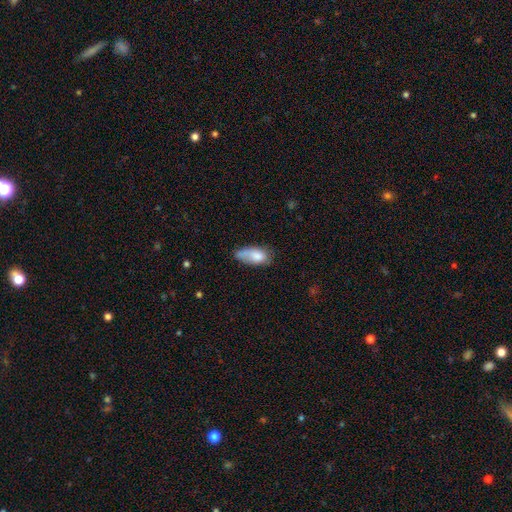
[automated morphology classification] smooth-or-featured: smooth: 76% | featured or disk: 16% | star or artifact: 8%
  how-rounded: in between: 88% | cigar-shaped: 8% | round: 4%
  merging: none: 40% | minor disturbance: 35% | major disturbance: 16% | merger: 9%